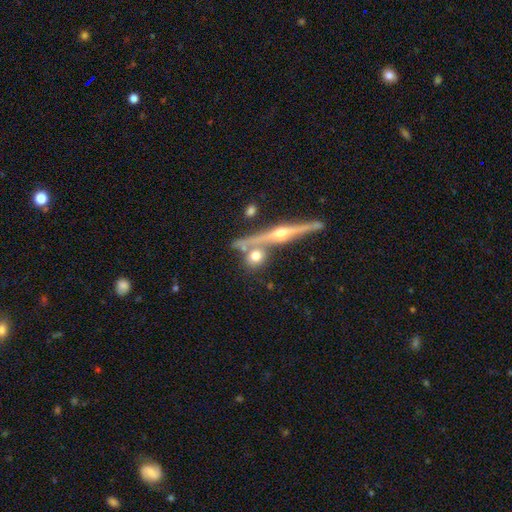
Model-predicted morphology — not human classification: A smooth galaxy with no disk features (58%) that is round (74%).

Vote fractions:
- Smooth or featured? smooth: 58% / featured or disk: 31% / star or artifact: 10%
- How rounded? round: 74% / in between: 15% / cigar-shaped: 11%
- Merging? none: 65% / merger: 21% / minor disturbance: 10% / major disturbance: 4%